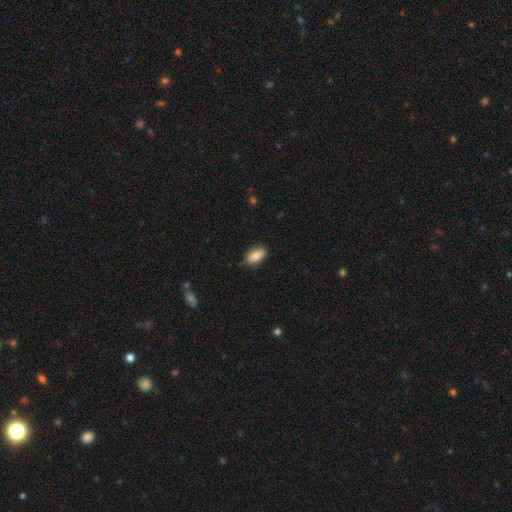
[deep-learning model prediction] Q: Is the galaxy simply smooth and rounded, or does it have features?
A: smooth — 83%.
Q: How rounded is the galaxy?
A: in between — 91%.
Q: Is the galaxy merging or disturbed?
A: none — 84%.